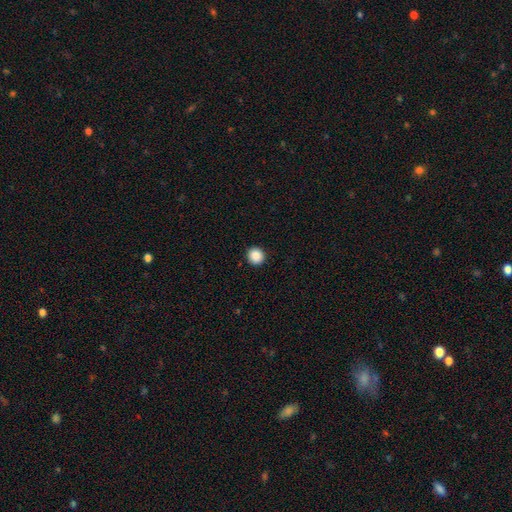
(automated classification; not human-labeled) smooth_or_featured: smooth (p=0.88) [alt: star or artifact p=0.09]
how_rounded: round (p=0.93) [alt: in between p=0.06]
merging: none (p=0.93) [alt: minor disturbance p=0.04]